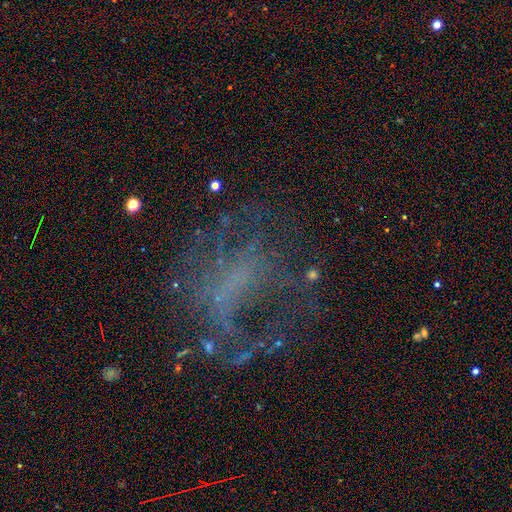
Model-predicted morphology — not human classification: Smooth or featured? featured or disk (55%)
Edge-on disk? no (96%)
Bar? no (60%)
Spiral arms? no (63%)
Bulge size? none (70%)
Merging? none (46%)